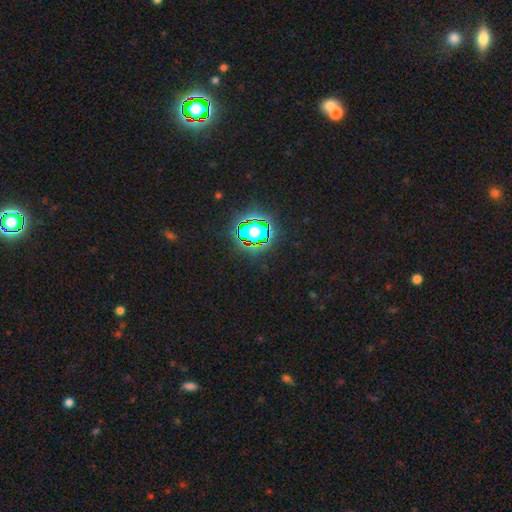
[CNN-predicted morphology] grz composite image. It shows a star or artifact, not a galaxy (79%).